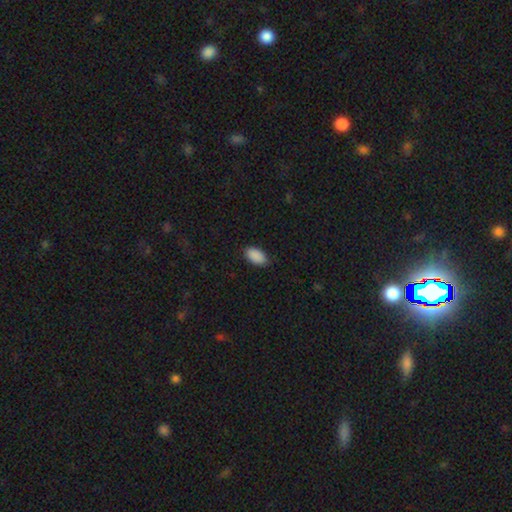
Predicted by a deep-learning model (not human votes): Smooth or featured: smooth — 90% (star or artifact — 7%)
How rounded: in between — 94% (round — 4%)
Merging: none — 85% (minor disturbance — 12%)